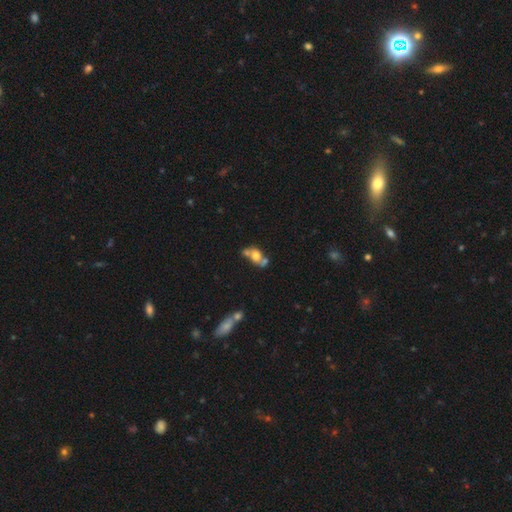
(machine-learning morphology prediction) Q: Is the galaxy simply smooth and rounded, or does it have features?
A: smooth — 55%.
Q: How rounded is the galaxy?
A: in between — 61%.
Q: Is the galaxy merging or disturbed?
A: merger — 47%.